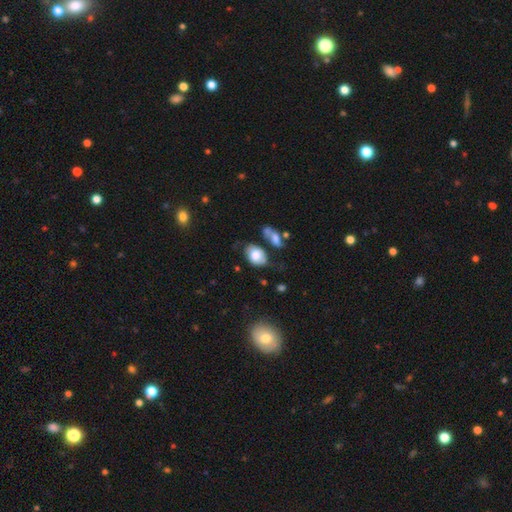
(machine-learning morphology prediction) This is likely a smooth galaxy (69%). How rounded: likely in between (77%). Merging: marginally none (42%).